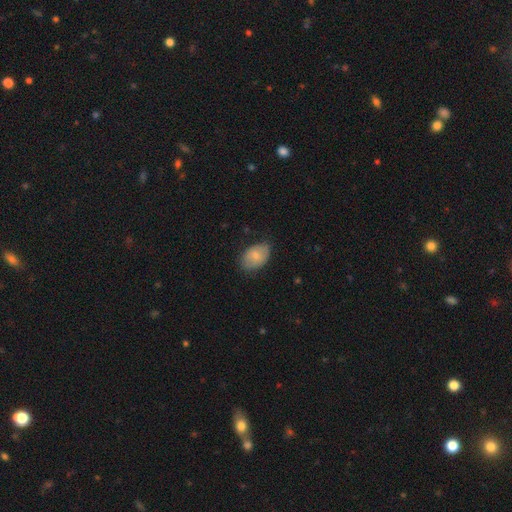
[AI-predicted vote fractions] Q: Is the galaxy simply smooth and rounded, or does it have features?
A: smooth — 74%.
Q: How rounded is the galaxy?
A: in between — 86%.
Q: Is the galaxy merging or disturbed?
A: none — 72%.